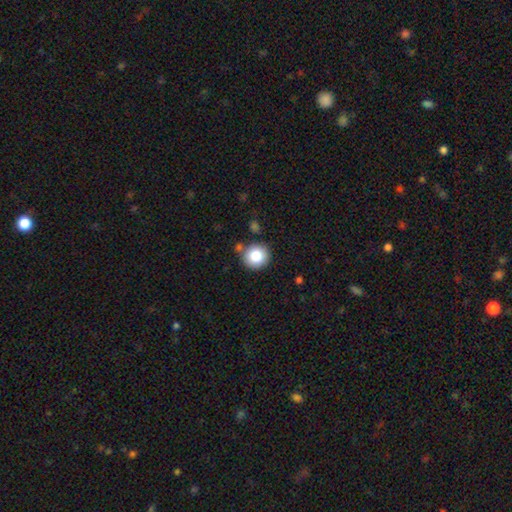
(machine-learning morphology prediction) A smooth galaxy with no disk features (84%) that is round (92%). Merging: none (82%).